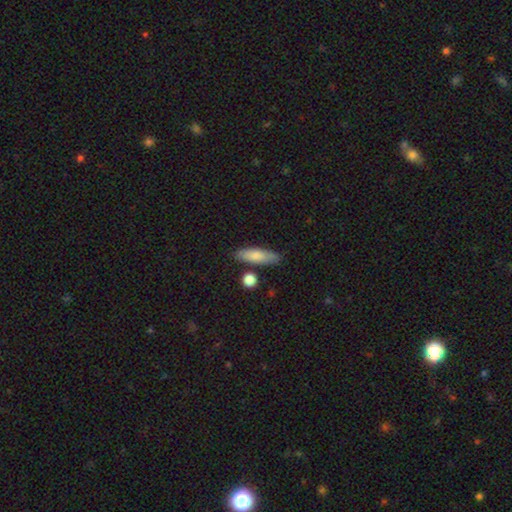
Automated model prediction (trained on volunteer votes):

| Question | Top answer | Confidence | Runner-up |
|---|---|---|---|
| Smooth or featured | smooth | 77% | featured or disk (17%) |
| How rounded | cigar-shaped | 52% | in between (45%) |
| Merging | none | 78% | minor disturbance (14%) |